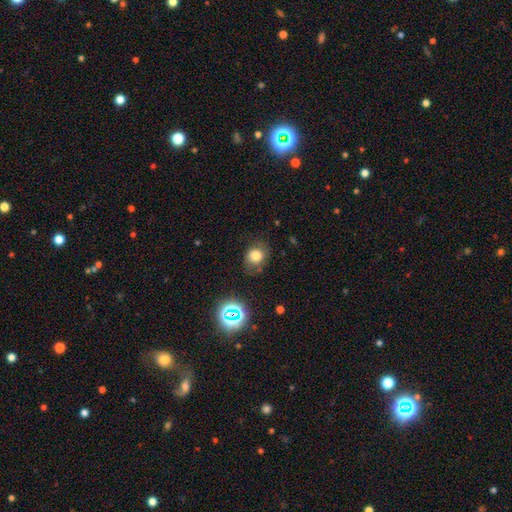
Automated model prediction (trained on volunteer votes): A smooth galaxy with no disk features (72%) that is round (64%). Merging: none (68%).